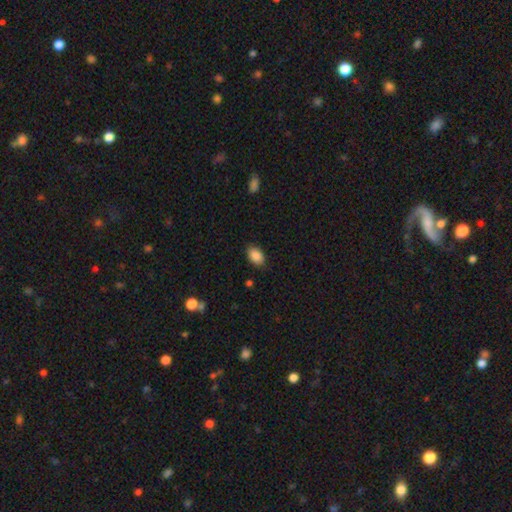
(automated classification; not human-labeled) A smooth galaxy with no disk features (87%) that is in between round and cigar-shaped (89%). Merging: none (86%).